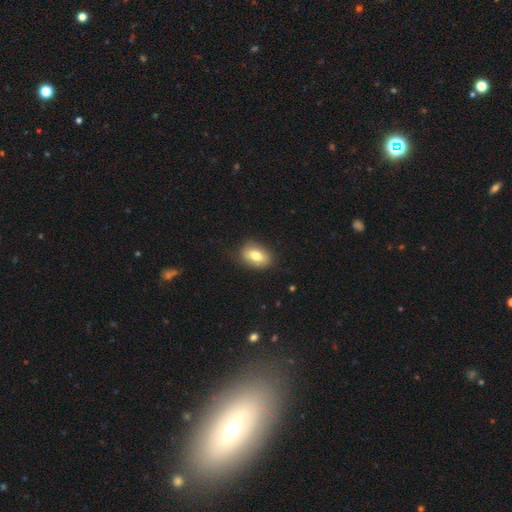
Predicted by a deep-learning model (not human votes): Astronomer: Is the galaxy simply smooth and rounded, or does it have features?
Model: smooth — 77%.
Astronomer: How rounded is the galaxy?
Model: in between — 85%.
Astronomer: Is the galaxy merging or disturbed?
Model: none — 79%.